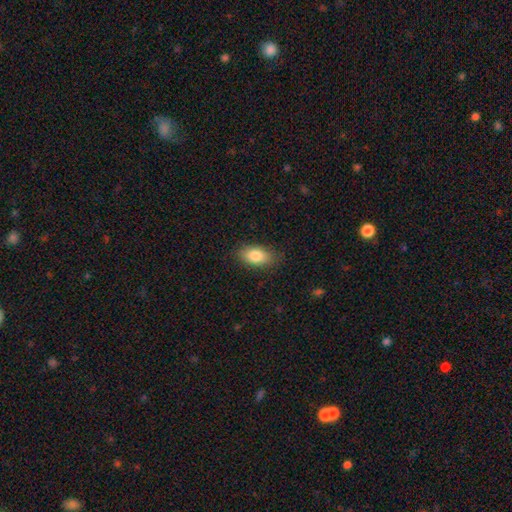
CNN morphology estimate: The model was most divided on "merging": none: 84%, minor disturbance: 12%, major disturbance: 3%, merger: 1%. More confident: how rounded — in between (90%); smooth or featured — smooth (83%).